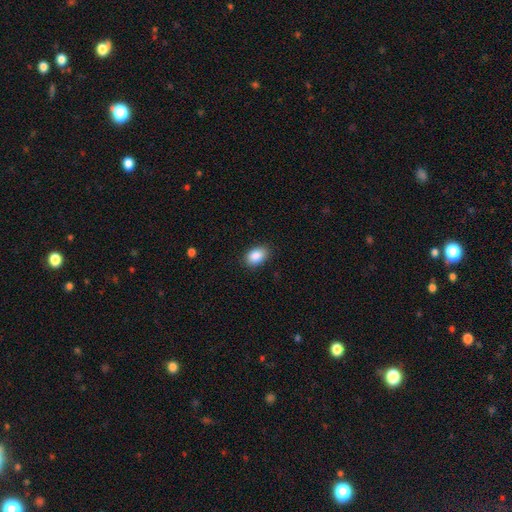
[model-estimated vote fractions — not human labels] smooth-or-featured: smooth: 89% | star or artifact: 7% | featured or disk: 4%
  how-rounded: in between: 87% | round: 12% | cigar-shaped: 1%
  merging: none: 87% | minor disturbance: 10% | major disturbance: 2% | merger: 1%